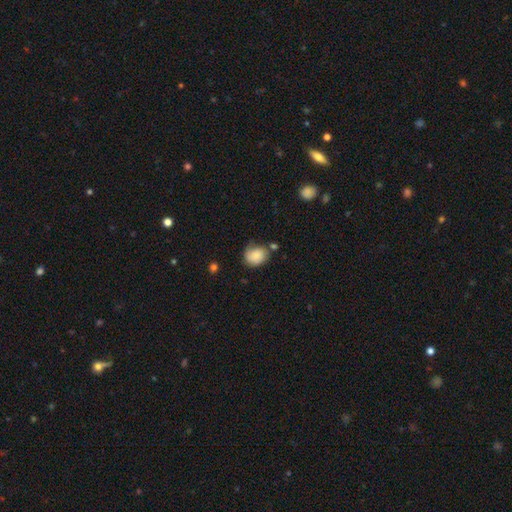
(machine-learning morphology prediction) type=smooth (79%); roundness=round (59%); merging=none (52%).